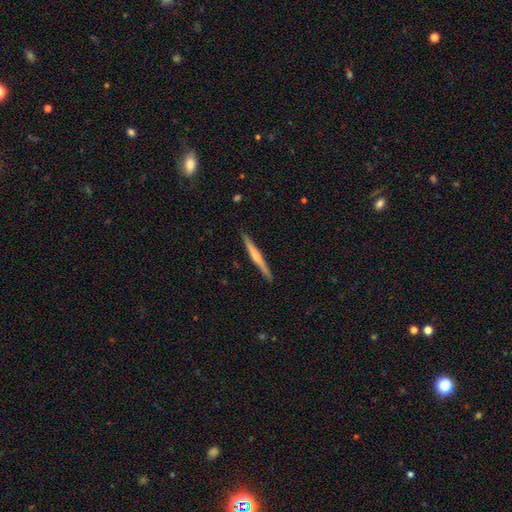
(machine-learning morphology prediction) Overall: featured or disk (52%; smooth 43%). Edge-on disk: yes (98%). Edge-on bulge: rounded (47%; none 43%). Merging: none (91%).